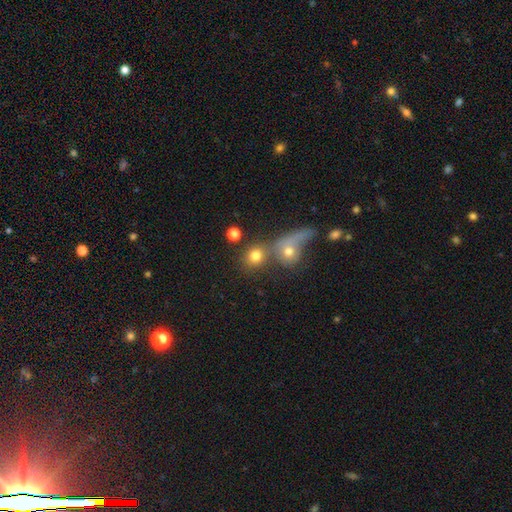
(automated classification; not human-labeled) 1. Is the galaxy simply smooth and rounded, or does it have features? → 76% smooth, 13% star or artifact, 11% featured or disk.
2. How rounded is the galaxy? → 79% round, 19% in between, 2% cigar-shaped.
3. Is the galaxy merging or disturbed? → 45% none, 40% merger, 8% minor disturbance, 7% major disturbance.